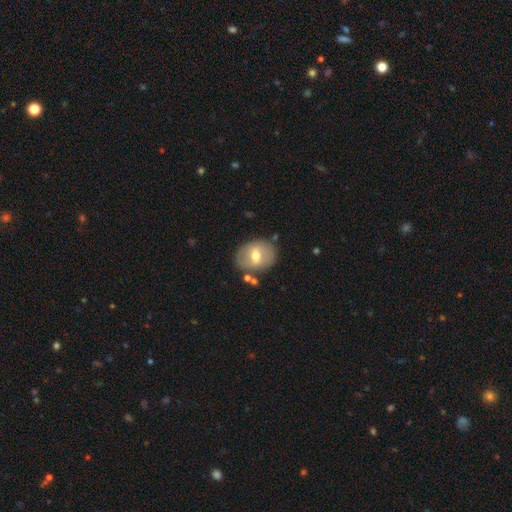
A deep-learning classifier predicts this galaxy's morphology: Smooth or featured?
  - smooth: 53% *
  - featured or disk: 40%
  - star or artifact: 7%
How rounded?
  - in between: 56% *
  - round: 43%
  - cigar-shaped: 1%
Merging?
  - none: 76% *
  - minor disturbance: 14%
  - merger: 6%
  - major disturbance: 4%